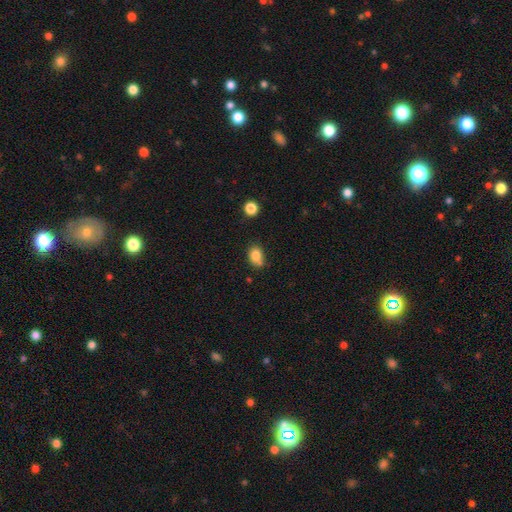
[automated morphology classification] The model was most divided on "how rounded": in between: 67%, round: 32%, cigar-shaped: 1%. More confident: smooth or featured — smooth (83%); merging — none (61%).